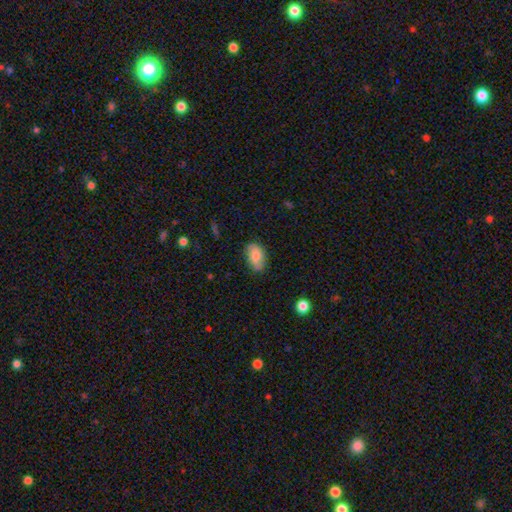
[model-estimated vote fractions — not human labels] Smooth or featured? Predicted: smooth (p=0.79). How rounded? Predicted: in between (p=0.90). Merging? Predicted: none (p=0.71).